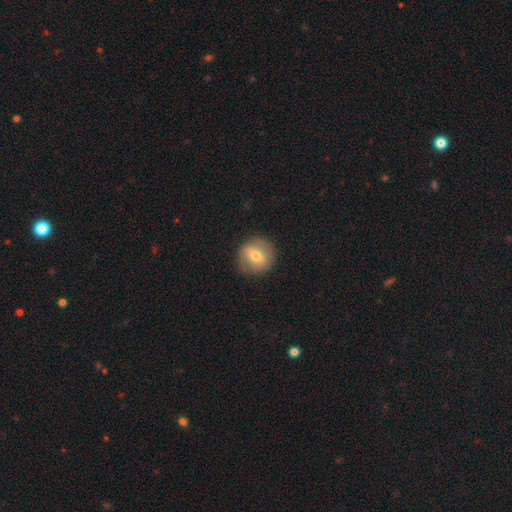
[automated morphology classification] This is possibly a smooth galaxy (56%). How rounded: clearly round (89%). Merging: clearly none (84%).